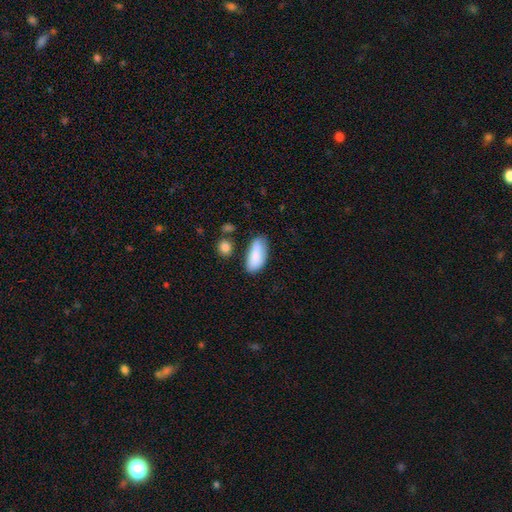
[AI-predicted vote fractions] A smooth galaxy with no disk features (86%) that is in between round and cigar-shaped (86%). Merging: none (65%).